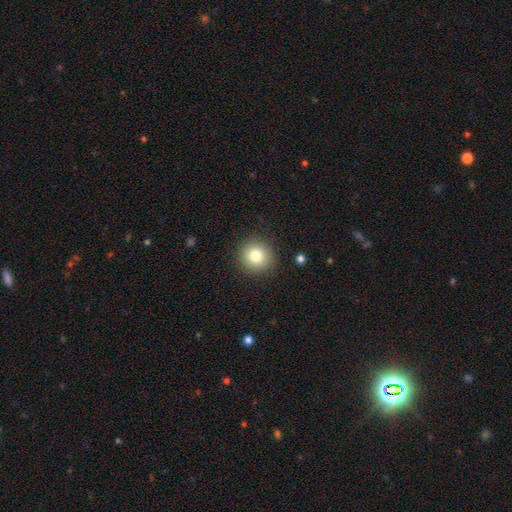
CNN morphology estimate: smooth 81%, star or artifact 11%, featured or disk 9%. Down the decision tree: how rounded — round (93%); merging — none (89%).